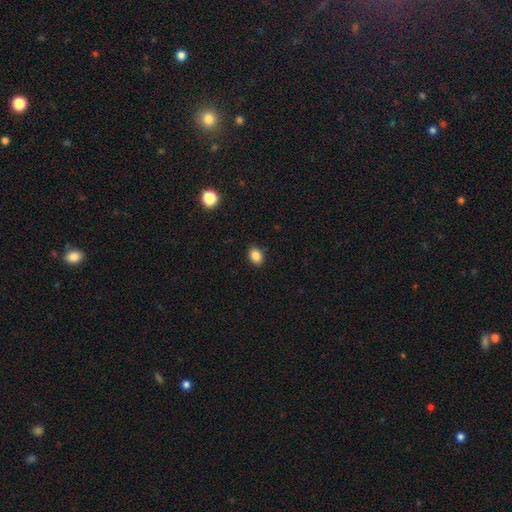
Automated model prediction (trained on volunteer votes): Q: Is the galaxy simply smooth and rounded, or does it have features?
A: smooth — 86%.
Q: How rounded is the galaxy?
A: in between — 59%.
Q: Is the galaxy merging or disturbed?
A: none — 90%.